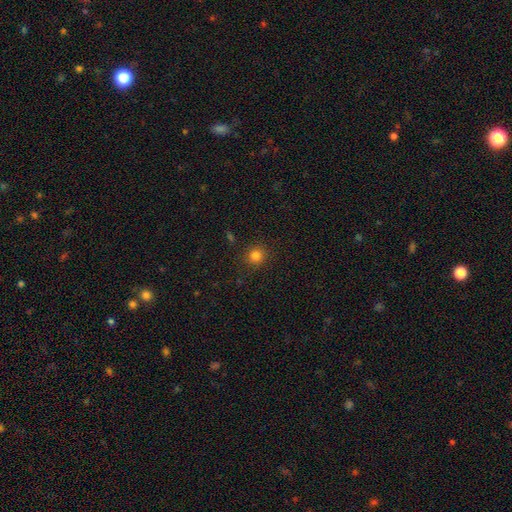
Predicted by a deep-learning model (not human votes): A smooth galaxy with no disk features (81%) that is round (91%).

Vote fractions:
- Smooth or featured? smooth: 81% / star or artifact: 14% / featured or disk: 5%
- How rounded? round: 91% / in between: 8% / cigar-shaped: 1%
- Merging? none: 89% / minor disturbance: 7% / major disturbance: 3% / merger: 1%